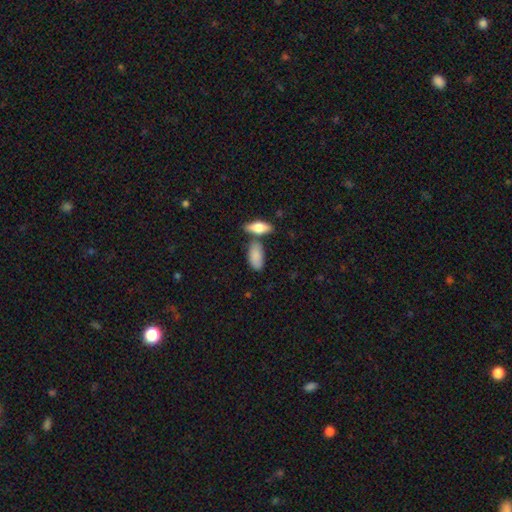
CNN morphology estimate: Q: Smooth or featured?
A: smooth (85%); runner-up: featured or disk (9%)
Q: How rounded?
A: in between (90%); runner-up: cigar-shaped (8%)
Q: Merging?
A: none (58%); runner-up: merger (21%)